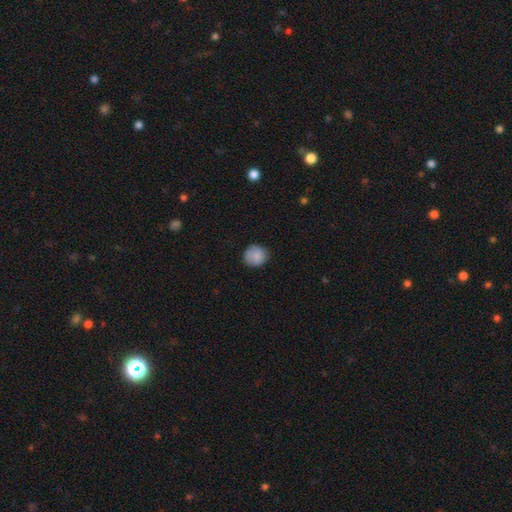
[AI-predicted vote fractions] The model was most divided on "merging": none: 81%, minor disturbance: 15%, major disturbance: 3%, merger: 1%. More confident: smooth or featured — smooth (85%); how rounded — round (84%).